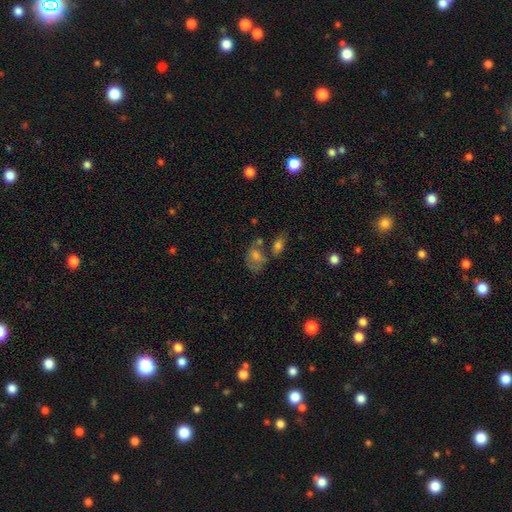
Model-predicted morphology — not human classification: type=smooth (61%); roundness=in between (77%); merging=none (35%).